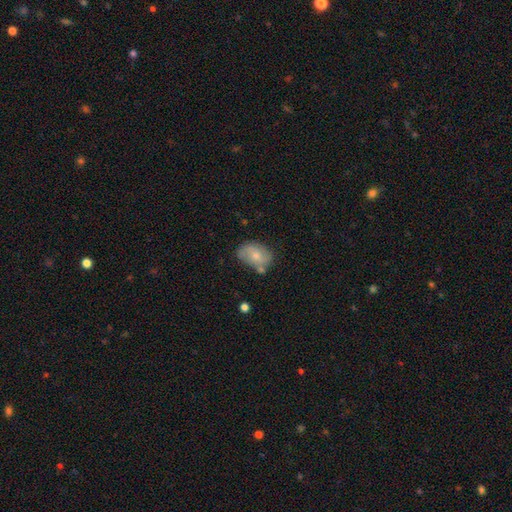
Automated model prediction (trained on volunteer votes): The model was most divided on "merging": none: 55%, minor disturbance: 26%, merger: 11%, major disturbance: 7%. More confident: how rounded — in between (79%); smooth or featured — smooth (61%).